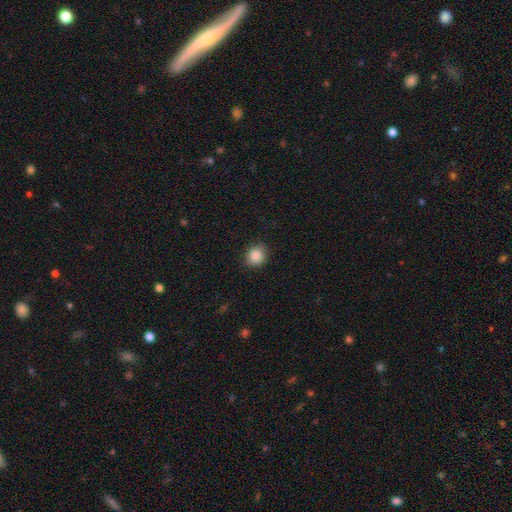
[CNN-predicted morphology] Smooth or featured?
  - smooth: 88% *
  - star or artifact: 9%
  - featured or disk: 3%
How rounded?
  - round: 76% *
  - in between: 23%
  - cigar-shaped: 1%
Merging?
  - none: 88% *
  - minor disturbance: 9%
  - major disturbance: 2%
  - merger: 1%